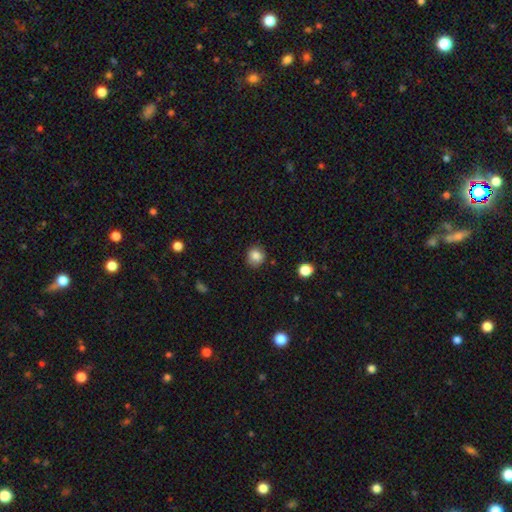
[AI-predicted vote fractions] Smooth or featured?
  - smooth: 83% *
  - star or artifact: 10%
  - featured or disk: 7%
How rounded?
  - round: 80% *
  - in between: 19%
  - cigar-shaped: 1%
Merging?
  - none: 82% *
  - minor disturbance: 13%
  - major disturbance: 3%
  - merger: 2%